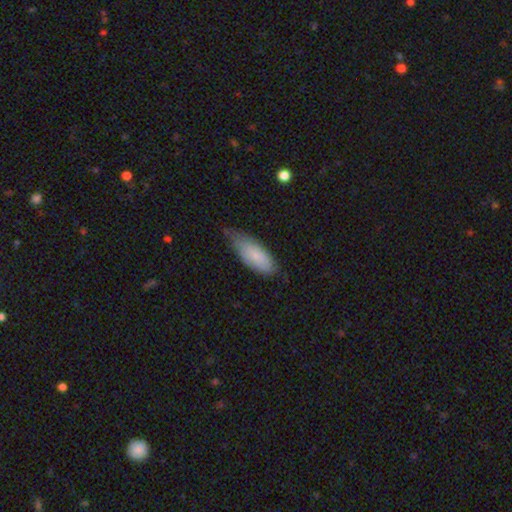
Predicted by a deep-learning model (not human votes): Smooth or featured? smooth (80%)
How rounded? in between (79%)
Merging? minor disturbance (47%)